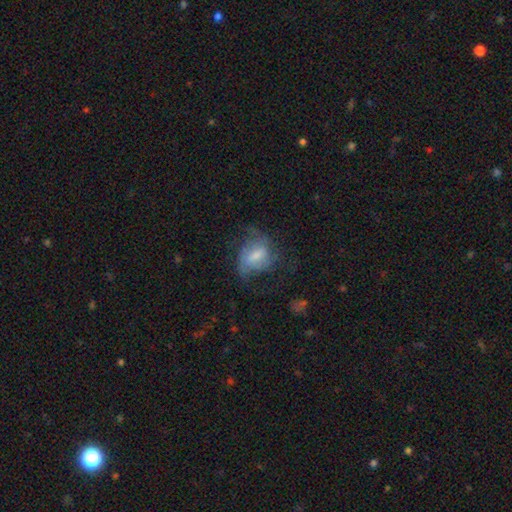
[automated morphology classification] Overall: featured or disk (51%; smooth 40%). Edge-on disk: no (96%). Merging: none (40%; major disturbance 33%).